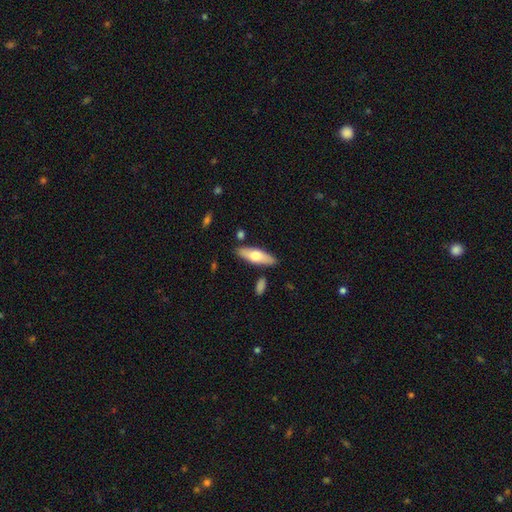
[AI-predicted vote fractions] smooth 57%, featured or disk 38%, star or artifact 5%. Down the decision tree: how rounded — in between (53%); merging — none (84%).